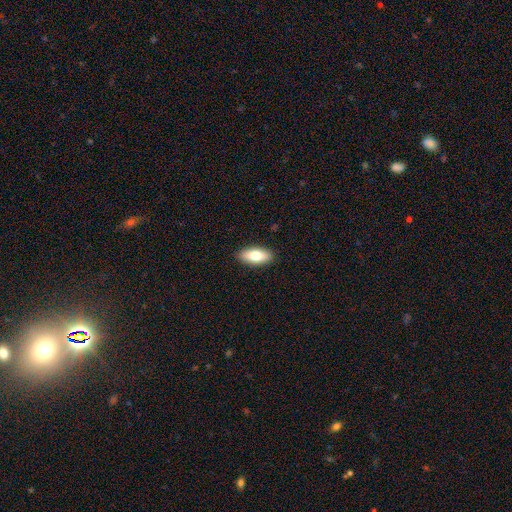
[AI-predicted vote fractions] smooth-or-featured: smooth: 76% | featured or disk: 18% | star or artifact: 6%
  how-rounded: in between: 85% | cigar-shaped: 13% | round: 3%
  merging: none: 90% | minor disturbance: 8% | major disturbance: 2% | merger: 1%